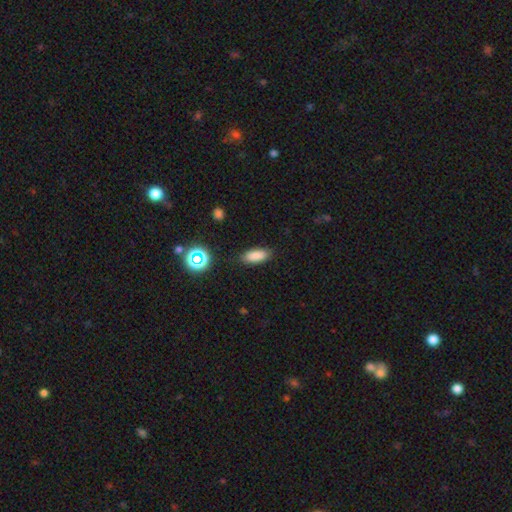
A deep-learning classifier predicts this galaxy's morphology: This is clearly a smooth galaxy (84%). How rounded: likely in between (79%). Merging: clearly none (86%).